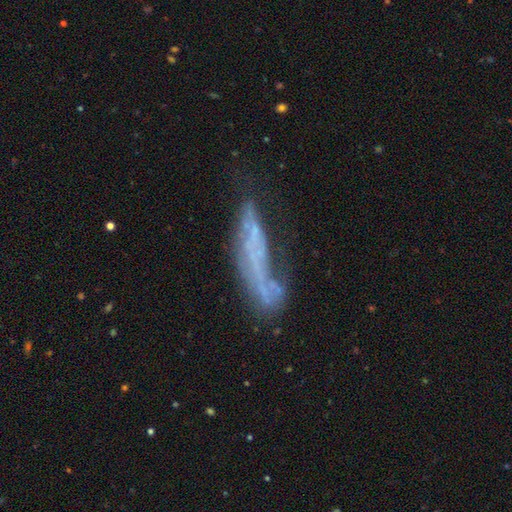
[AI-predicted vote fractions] Overall: featured or disk (51%; smooth 35%). Edge-on disk: no (65%; yes 35%). Merging: none (35%; major disturbance 31%).